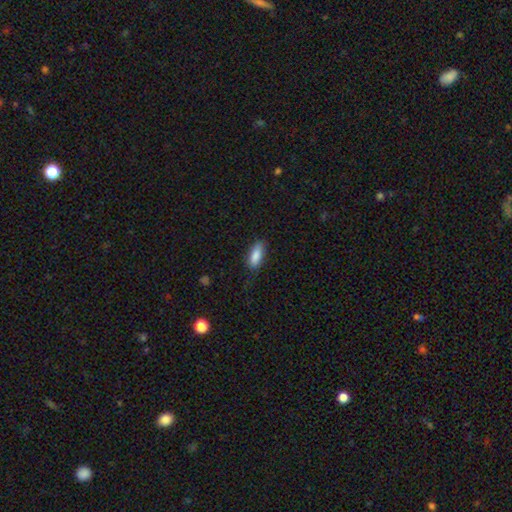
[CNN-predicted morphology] A smooth galaxy with no disk features (86%) that is in between round and cigar-shaped (75%). Merging: none (79%).